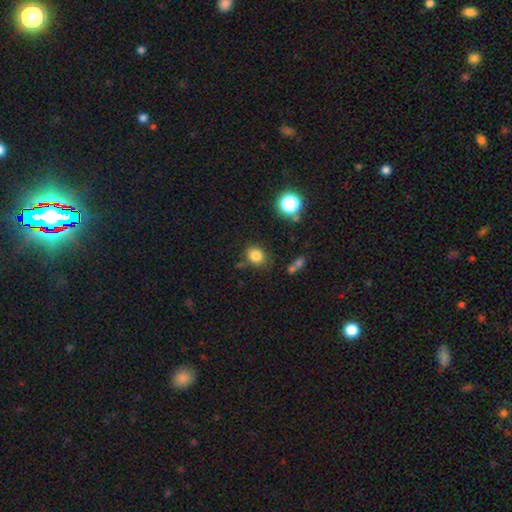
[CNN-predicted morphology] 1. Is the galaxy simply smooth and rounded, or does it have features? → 81% smooth, 13% star or artifact, 6% featured or disk.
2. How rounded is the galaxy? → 62% round, 37% in between, 1% cigar-shaped.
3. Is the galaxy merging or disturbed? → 76% none, 15% minor disturbance, 5% merger, 4% major disturbance.